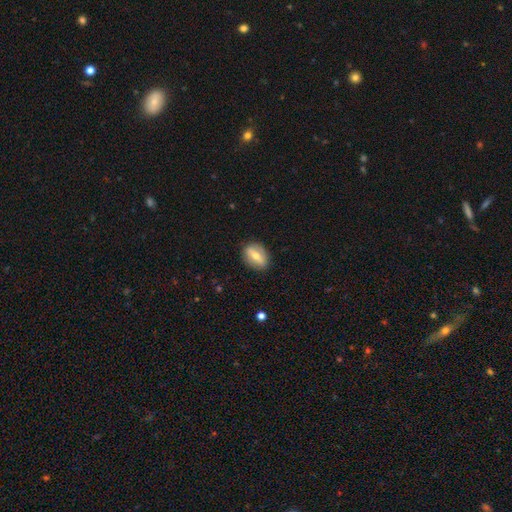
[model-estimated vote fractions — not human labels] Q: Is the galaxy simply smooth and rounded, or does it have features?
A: smooth — 47%.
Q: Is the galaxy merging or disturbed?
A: none — 86%.